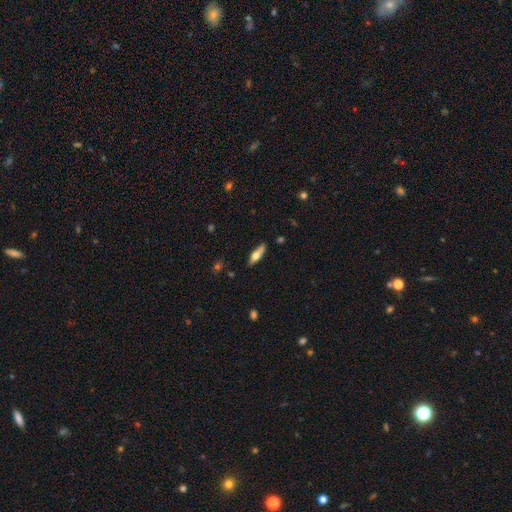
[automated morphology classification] This appears to be a smooth galaxy with no disk features (53%) that is cigar-shaped (59%). Merging: none (82%).